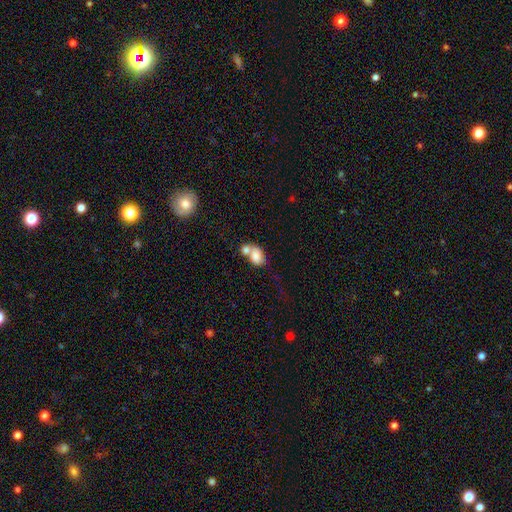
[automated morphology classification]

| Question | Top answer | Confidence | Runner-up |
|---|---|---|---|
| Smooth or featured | smooth | 78% | featured or disk (14%) |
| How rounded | in between | 73% | round (26%) |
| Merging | merger | 61% | none (23%) |